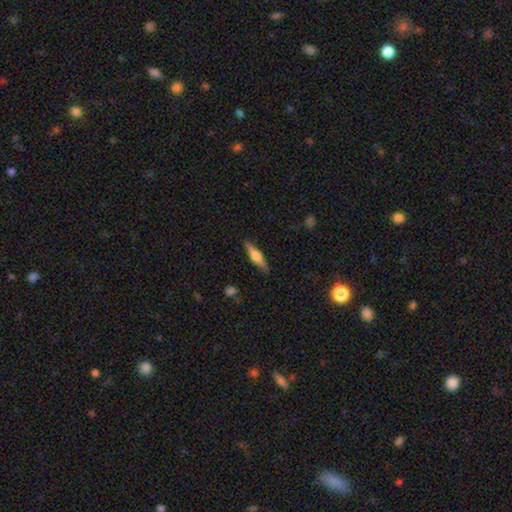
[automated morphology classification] This appears to be a featured or disk galaxy (55%) viewed edge-on (96%) with a rounded central bulge (85%). Merging: none (88%).